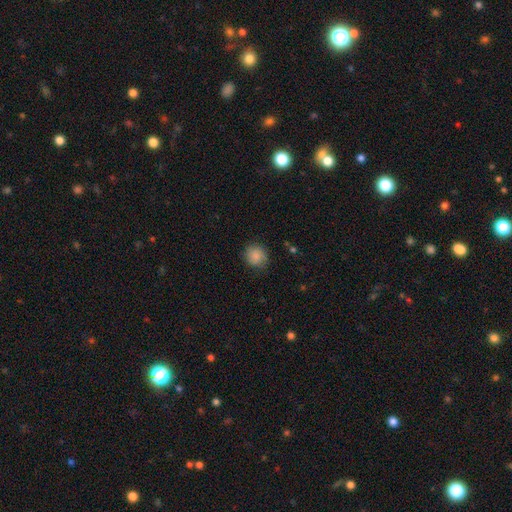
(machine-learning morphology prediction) This is clearly a smooth galaxy (86%). How rounded: clearly round (87%). Merging: clearly none (82%).